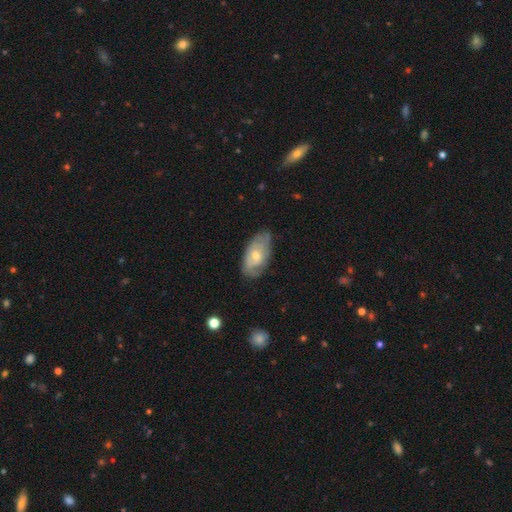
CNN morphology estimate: smooth-or-featured: featured or disk: 50% | smooth: 44% | star or artifact: 6%
  merging: none: 61% | minor disturbance: 29% | major disturbance: 8% | merger: 2%